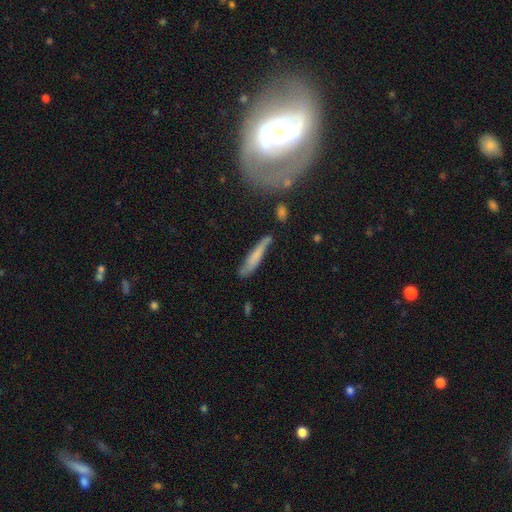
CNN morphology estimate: Smooth or featured? smooth (62%)
How rounded? cigar-shaped (90%)
Merging? none (65%)